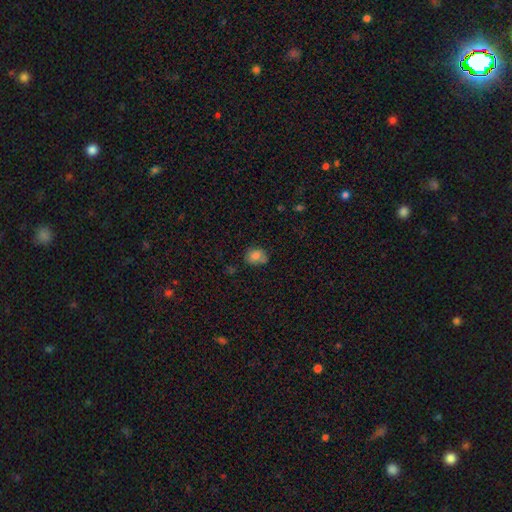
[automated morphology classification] The model was most divided on "how rounded": in between: 52%, round: 47%, cigar-shaped: 1%. More confident: smooth or featured — smooth (79%); merging — none (57%).